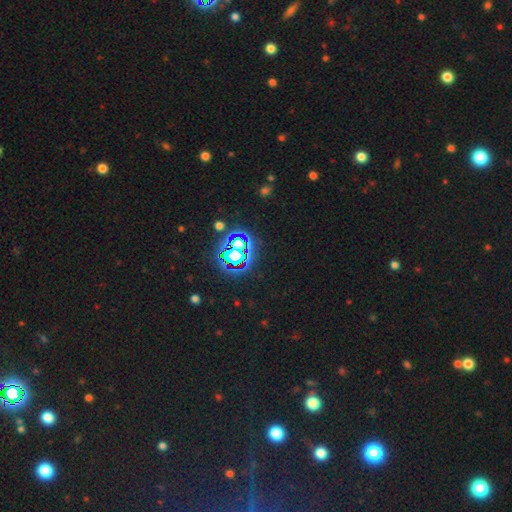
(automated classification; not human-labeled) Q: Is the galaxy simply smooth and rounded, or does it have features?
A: star or artifact — 80%.